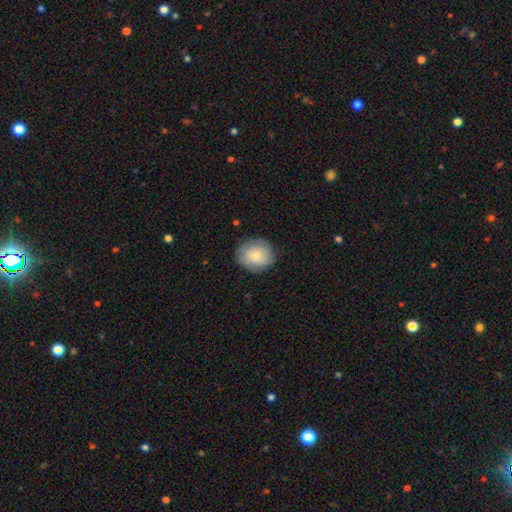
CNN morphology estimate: smooth_or_featured: smooth (p=0.74) [alt: featured or disk p=0.19]
how_rounded: round (p=0.68) [alt: in between p=0.31]
merging: none (p=0.82) [alt: minor disturbance p=0.14]